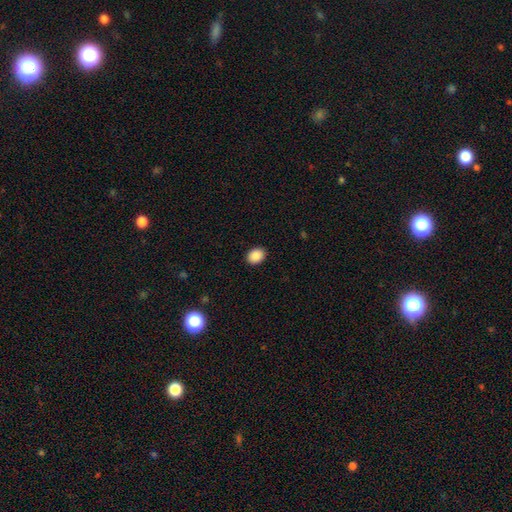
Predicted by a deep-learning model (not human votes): This appears to be a smooth galaxy with no disk features (89%) that is in between round and cigar-shaped (59%). Merging: none (91%).